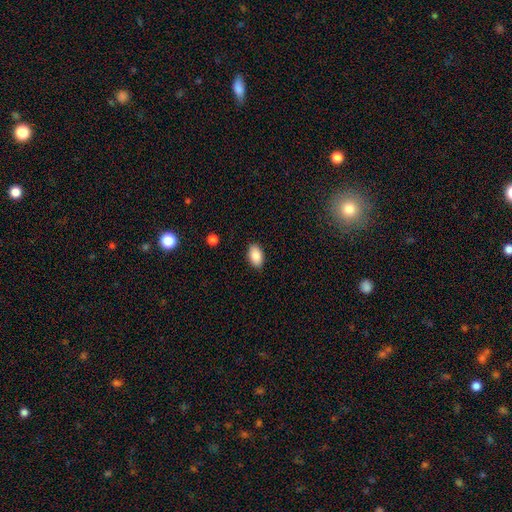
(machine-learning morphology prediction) smooth-or-featured: smooth: 88% | star or artifact: 7% | featured or disk: 5%
  how-rounded: in between: 93% | round: 6% | cigar-shaped: 1%
  merging: none: 88% | minor disturbance: 9% | major disturbance: 2% | merger: 1%